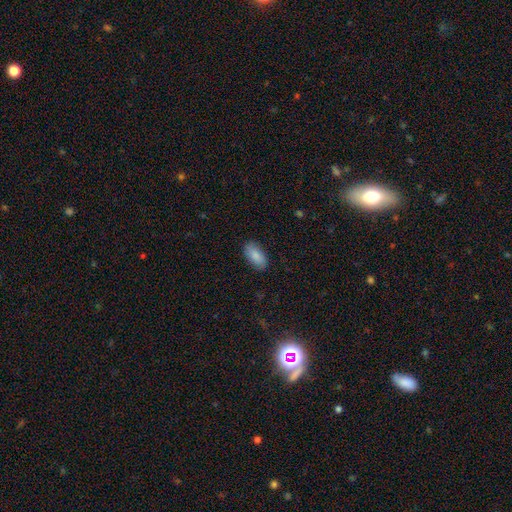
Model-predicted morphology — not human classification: Smooth or featured? smooth (85%)
How rounded? in between (93%)
Merging? none (86%)